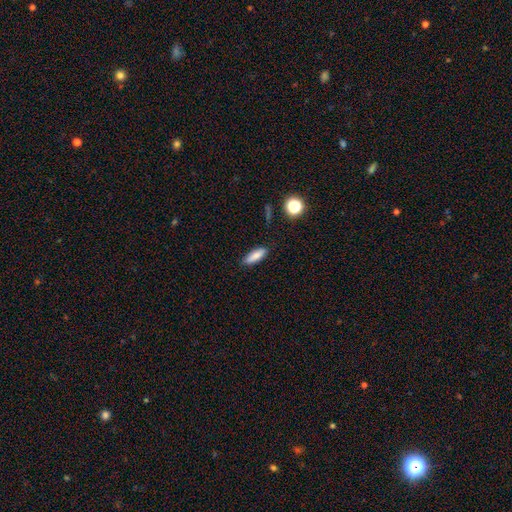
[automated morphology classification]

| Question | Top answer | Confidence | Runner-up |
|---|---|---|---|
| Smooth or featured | smooth | 81% | featured or disk (11%) |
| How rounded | in between | 50% | cigar-shaped (47%) |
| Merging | none | 85% | minor disturbance (11%) |